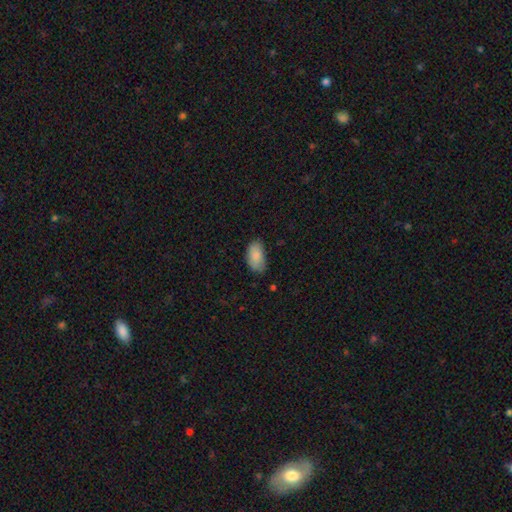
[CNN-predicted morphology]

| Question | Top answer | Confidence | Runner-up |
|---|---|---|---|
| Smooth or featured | smooth | 85% | featured or disk (9%) |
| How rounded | in between | 94% | round (4%) |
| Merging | none | 69% | minor disturbance (25%) |